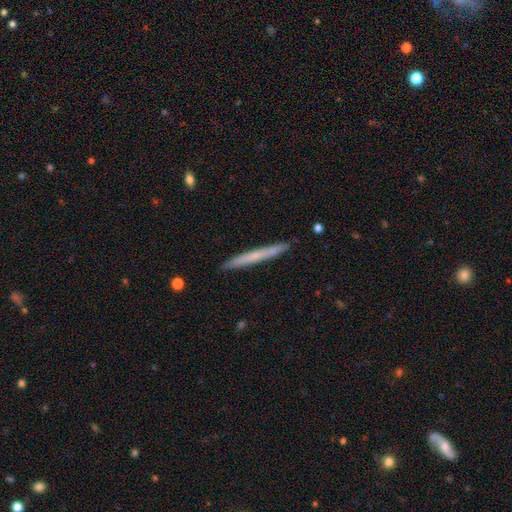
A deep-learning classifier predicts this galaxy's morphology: Overall: smooth (58%; featured or disk 36%). How rounded: cigar-shaped (97%). Merging: none (91%).